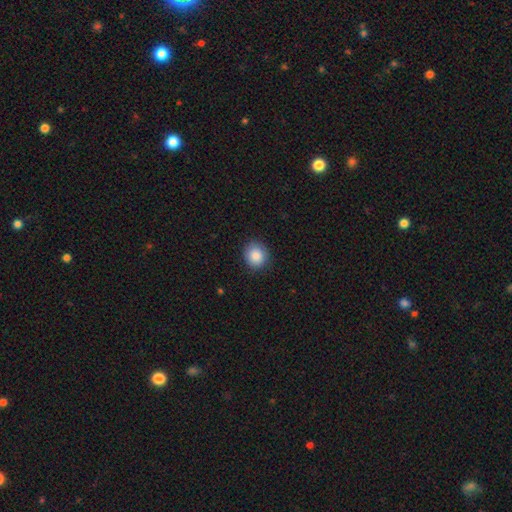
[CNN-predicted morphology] Q: Smooth or featured?
A: smooth (87%); runner-up: star or artifact (8%)
Q: How rounded?
A: round (82%); runner-up: in between (17%)
Q: Merging?
A: none (87%); runner-up: minor disturbance (10%)